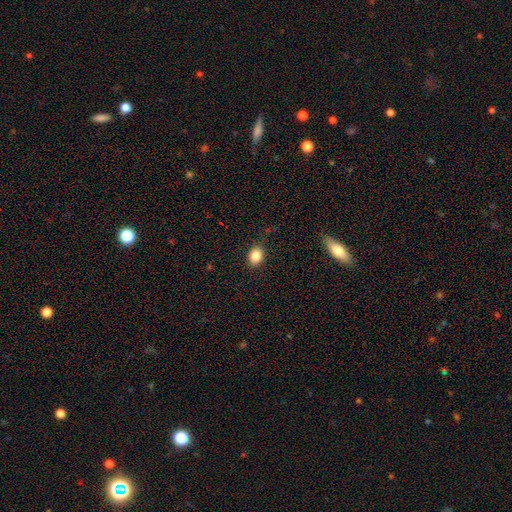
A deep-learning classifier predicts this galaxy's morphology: smooth_or_featured: smooth (p=0.85) [alt: star or artifact p=0.09]
how_rounded: in between (p=0.61) [alt: round p=0.38]
merging: none (p=0.88) [alt: minor disturbance p=0.09]